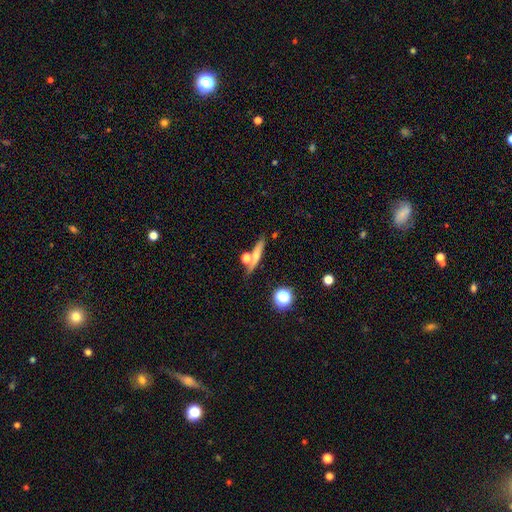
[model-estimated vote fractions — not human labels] Smooth or featured? Predicted: smooth (p=0.54). How rounded? Predicted: cigar-shaped (p=0.73). Merging? Predicted: none (p=0.71).